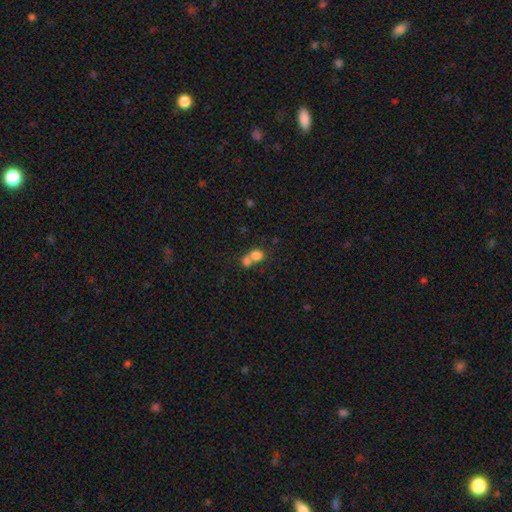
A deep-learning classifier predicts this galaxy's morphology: This is likely a smooth galaxy (77%). How rounded: likely round (70%). Merging: likely merger (62%).